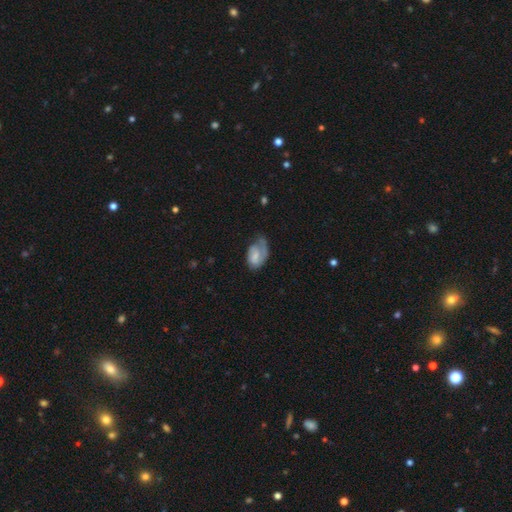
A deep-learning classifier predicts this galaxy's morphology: Smooth or featured: featured or disk — 56% (smooth — 38%)
Edge-on disk: no — 97% (yes — 3%)
Bar: no — 47% (weak — 42%)
Spiral arms: yes — 83% (no — 17%)
Bulge size: small — 41% (moderate — 27%)
Merging: none — 37% (major disturbance — 31%)